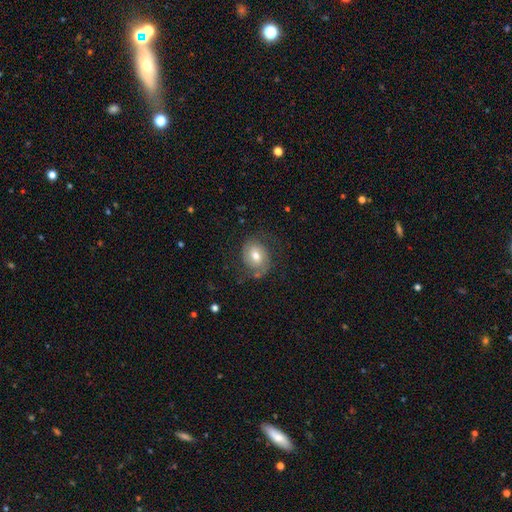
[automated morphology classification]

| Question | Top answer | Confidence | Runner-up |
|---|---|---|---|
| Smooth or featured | featured or disk | 56% | smooth (36%) |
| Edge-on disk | no | 97% | yes (3%) |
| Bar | no | 55% | weak (36%) |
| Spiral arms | yes | 82% | no (18%) |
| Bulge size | moderate | 70% | small (21%) |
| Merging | none | 63% | minor disturbance (21%) |